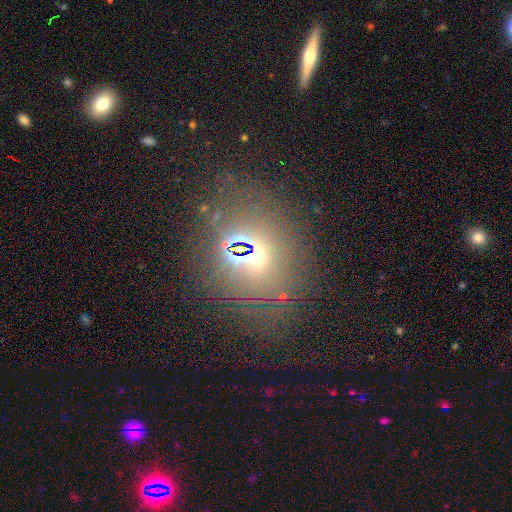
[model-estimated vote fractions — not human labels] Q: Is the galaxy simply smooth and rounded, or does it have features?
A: star or artifact — 51%.